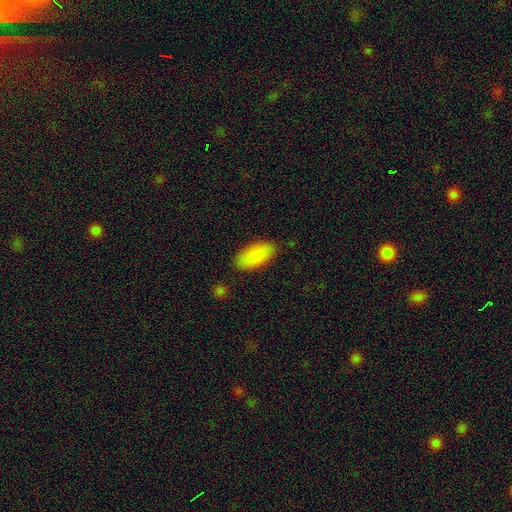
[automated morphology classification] Overall: smooth (88%). How rounded: in between (91%). Merging: none (86%).